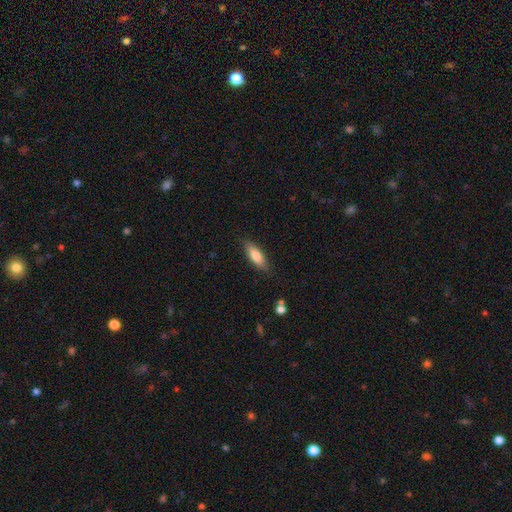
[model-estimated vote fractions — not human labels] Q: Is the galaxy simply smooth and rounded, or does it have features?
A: smooth — 77%.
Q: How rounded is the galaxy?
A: in between — 60%.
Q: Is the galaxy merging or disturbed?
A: none — 84%.